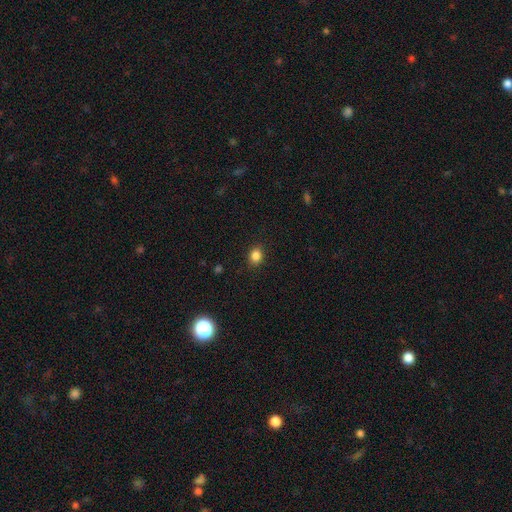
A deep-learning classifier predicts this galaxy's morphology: type=smooth (84%); roundness=round (52%); merging=none (89%).